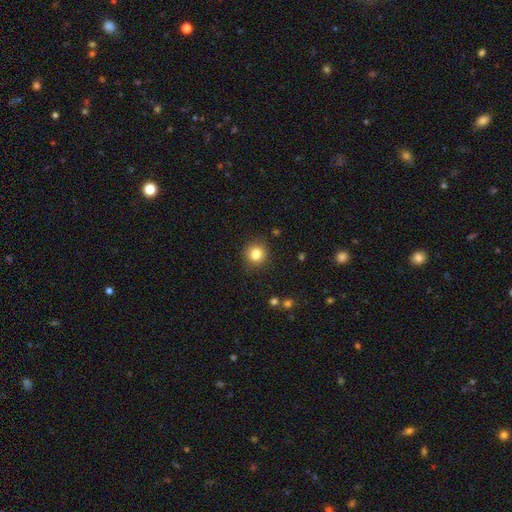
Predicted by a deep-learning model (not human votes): Morphology: type=smooth (83%); roundness=round (88%); merging=none (87%).